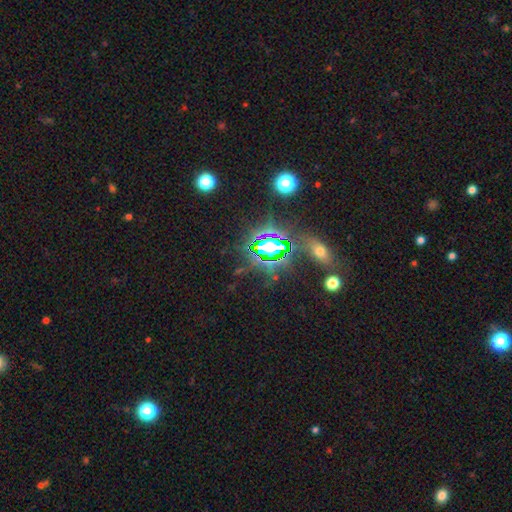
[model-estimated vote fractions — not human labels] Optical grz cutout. It shows a star or artifact, not a galaxy (78%).